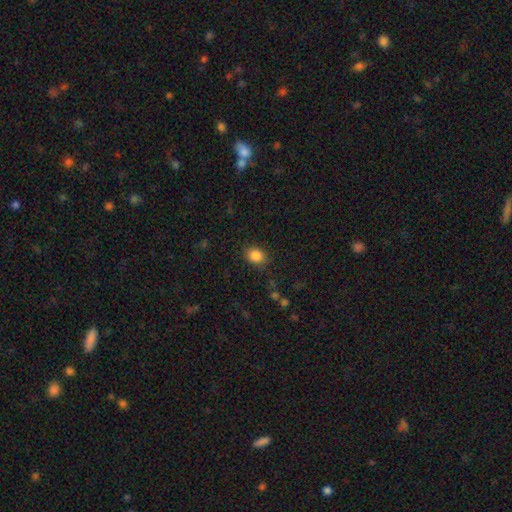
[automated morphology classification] smooth 86%, star or artifact 10%, featured or disk 4%. Down the decision tree: how rounded — round (60%); merging — none (85%).